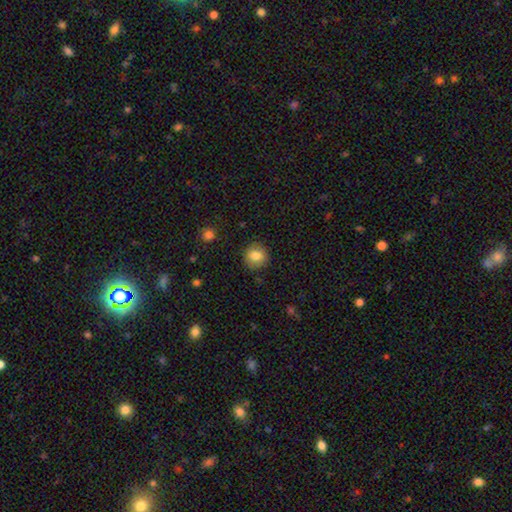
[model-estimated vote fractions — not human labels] This appears to be a smooth galaxy with no disk features (83%) that is round (84%). Merging: none (87%).